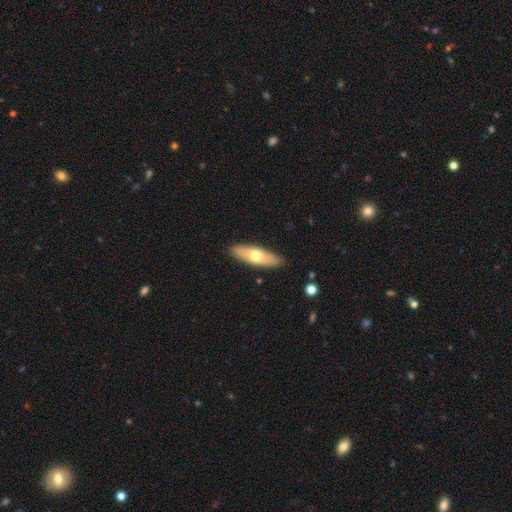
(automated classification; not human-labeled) A smooth galaxy with no disk features (58%) that is in between round and cigar-shaped (51%). Merging: none (89%).